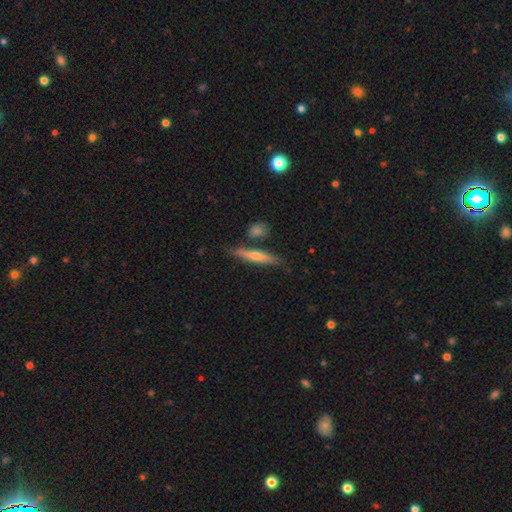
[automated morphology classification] A featured or disk galaxy (47%, tied with smooth).

Vote fractions:
- Smooth or featured? featured or disk: 47% (tied) / smooth: 47% (tied) / star or artifact: 6%
- Merging? none: 78% / minor disturbance: 12% / merger: 7% / major disturbance: 3%